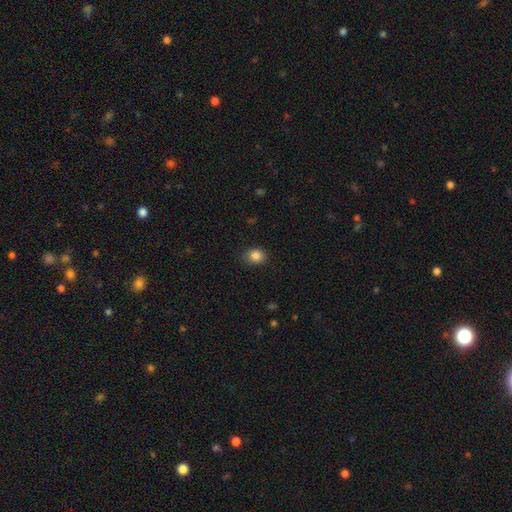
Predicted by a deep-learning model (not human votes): Smooth or featured? smooth (85%)
How rounded? round (52%)
Merging? none (84%)